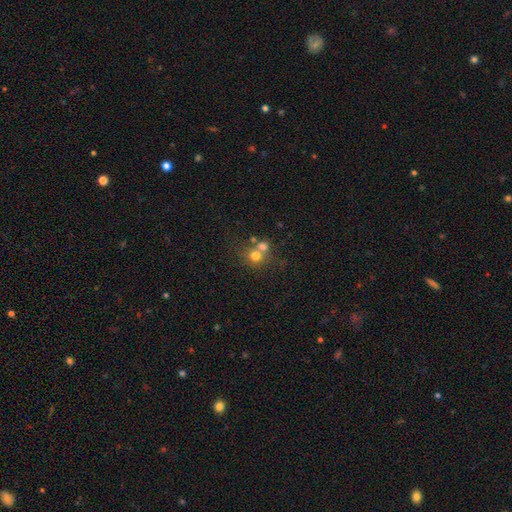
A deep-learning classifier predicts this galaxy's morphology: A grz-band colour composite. It shows a smooth galaxy with no disk features (70%) that is round (78%). Merging: merger (50%).